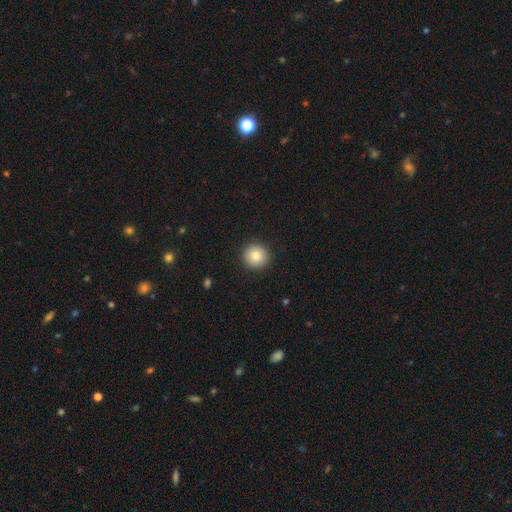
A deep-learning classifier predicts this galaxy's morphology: The model was most divided on "smooth or featured": smooth: 84%, star or artifact: 9%, featured or disk: 7%. More confident: how rounded — round (94%); merging — none (92%).